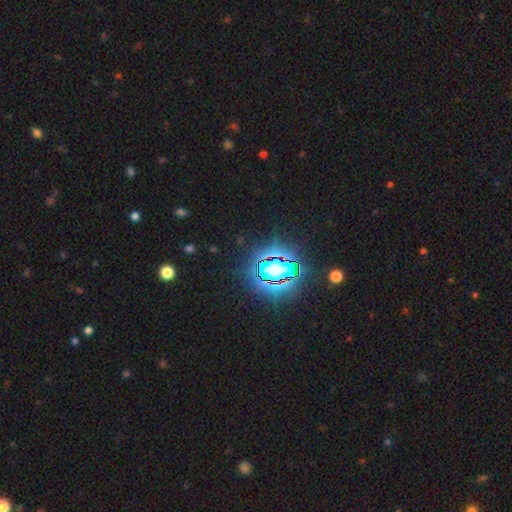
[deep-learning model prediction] This is likely a star or artifact rather than a galaxy (77%).